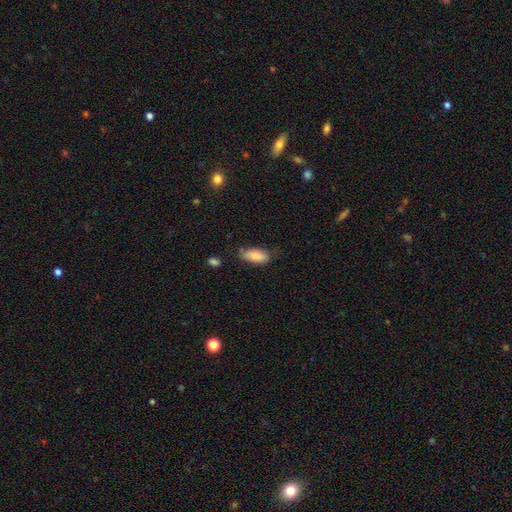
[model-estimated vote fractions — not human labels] Q: Smooth or featured?
A: smooth (85%); runner-up: featured or disk (8%)
Q: How rounded?
A: in between (85%); runner-up: cigar-shaped (13%)
Q: Merging?
A: none (61%); runner-up: minor disturbance (30%)